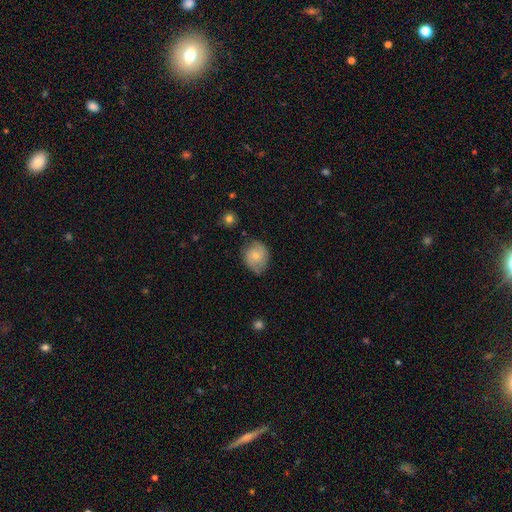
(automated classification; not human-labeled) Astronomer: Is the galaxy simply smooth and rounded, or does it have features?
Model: smooth — 54% (runner-up: featured or disk, 39%).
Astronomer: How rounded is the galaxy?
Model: round — 62%.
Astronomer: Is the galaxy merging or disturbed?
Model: none — 70%.